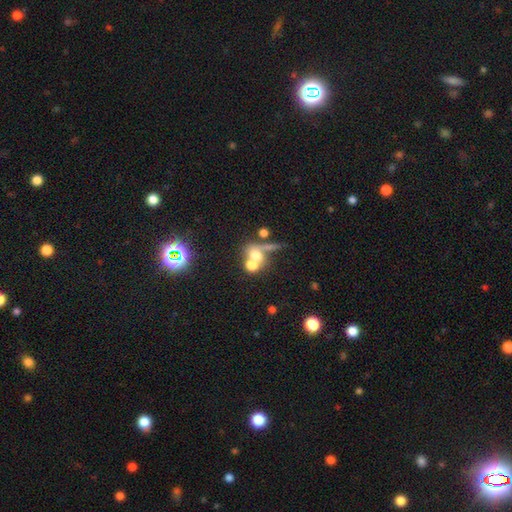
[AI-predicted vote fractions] This appears to be a smooth galaxy with no disk features (60%) that is round (57%). Merging: merger (56%).